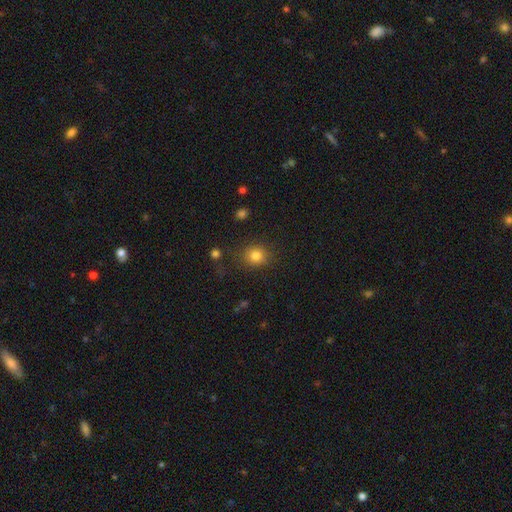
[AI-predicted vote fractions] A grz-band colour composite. It shows a smooth galaxy with no disk features (82%) that is round (80%). Merging: none (83%).